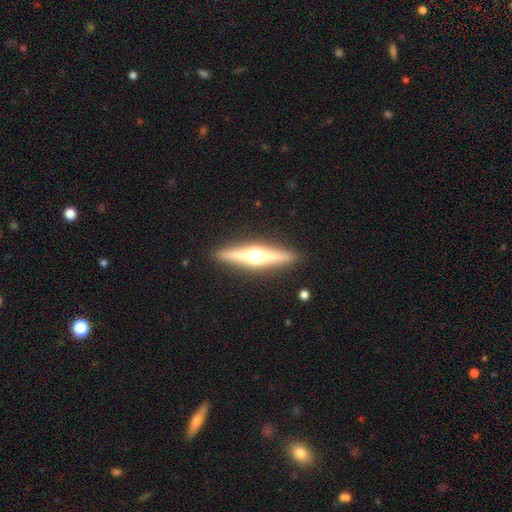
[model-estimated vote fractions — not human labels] smooth-or-featured: featured or disk: 74% | smooth: 20% | star or artifact: 6%
  disk-edge-on: yes: 97% | no: 3%
    edge-on-bulge: rounded: 95% | boxy: 3% | none: 2%
  merging: none: 90% | minor disturbance: 7% | major disturbance: 2% | merger: 1%